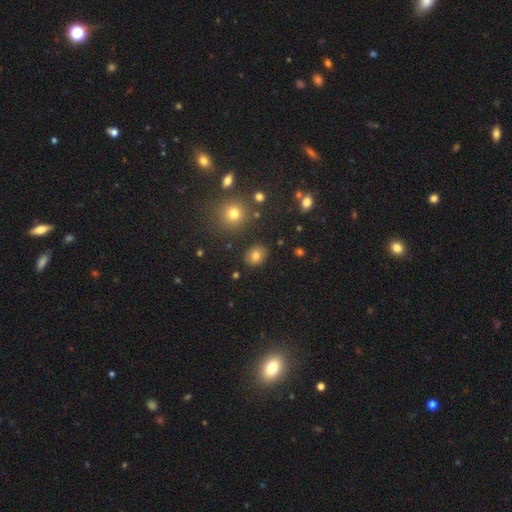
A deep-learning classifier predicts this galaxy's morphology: This appears to be a smooth galaxy with no disk features (79%) that is round (57%). Merging: none (86%).